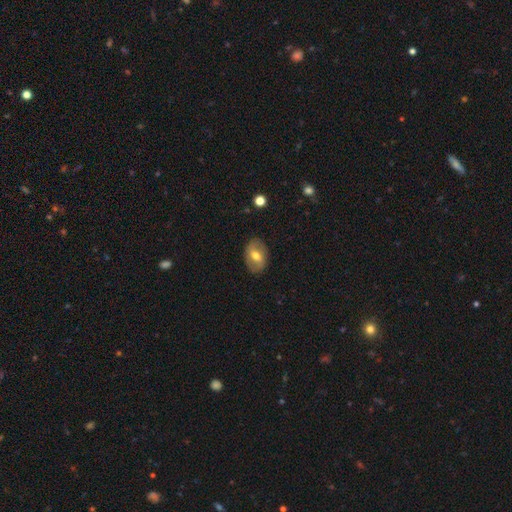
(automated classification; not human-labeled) Smooth or featured? Predicted: smooth (p=0.48). Merging? Predicted: none (p=0.84).